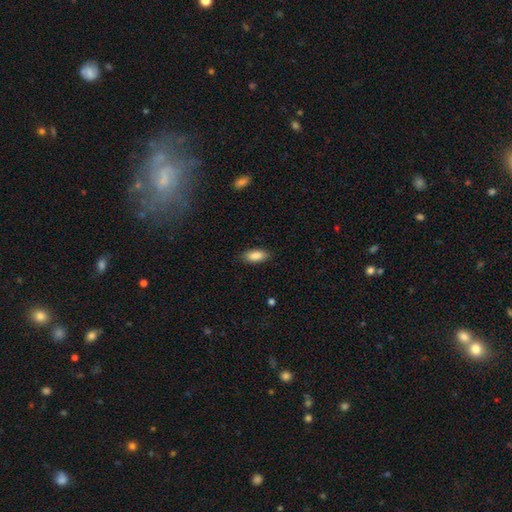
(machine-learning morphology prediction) Smooth or featured? smooth (88%)
How rounded? in between (87%)
Merging? none (86%)